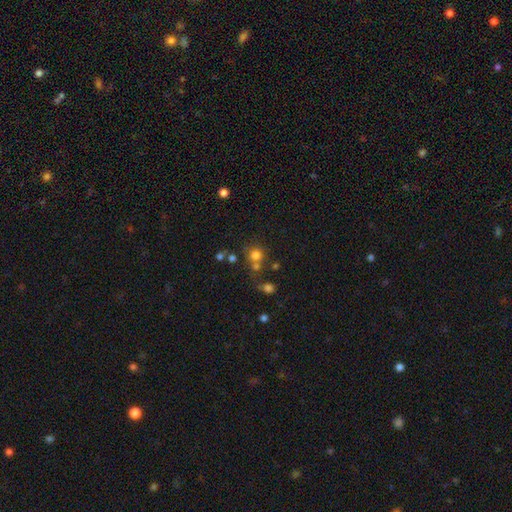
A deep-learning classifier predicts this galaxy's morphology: smooth_or_featured: smooth (p=0.74) [alt: star or artifact p=0.17]
how_rounded: round (p=0.87) [alt: in between p=0.12]
merging: none (p=0.57) [alt: merger p=0.28]